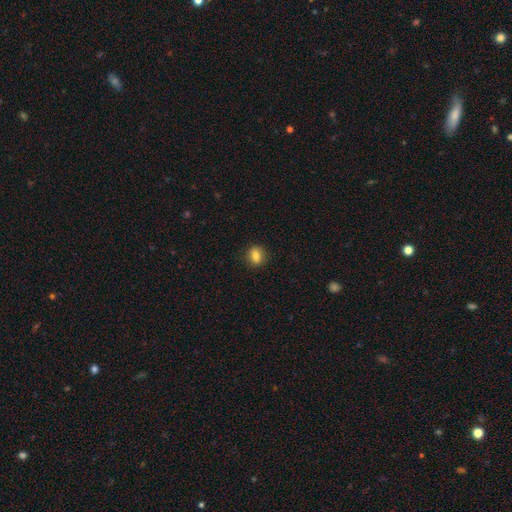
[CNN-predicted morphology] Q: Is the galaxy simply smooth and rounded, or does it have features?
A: smooth — 80%.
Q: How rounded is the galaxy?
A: round — 54%.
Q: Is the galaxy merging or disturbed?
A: none — 88%.